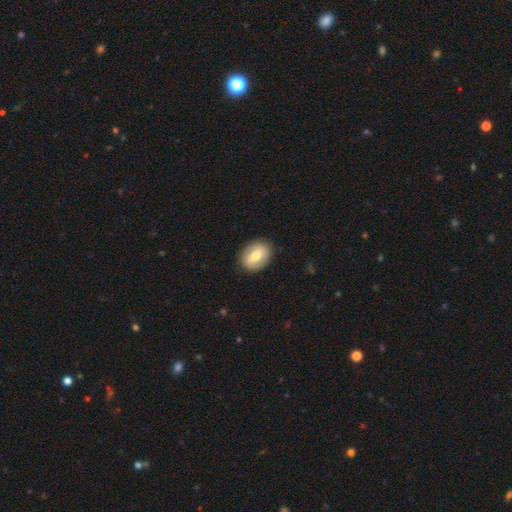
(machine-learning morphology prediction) A smooth galaxy with no disk features (56%) that is in between round and cigar-shaped (59%). Merging: none (87%).